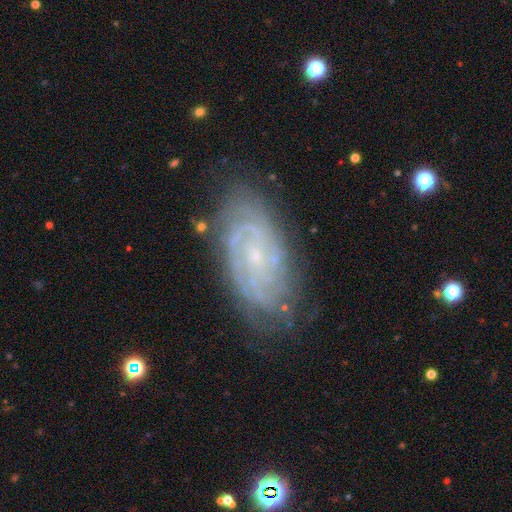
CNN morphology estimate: Q: Smooth or featured?
A: featured or disk (85%); runner-up: smooth (9%)
Q: Edge-on disk?
A: no (95%); runner-up: yes (5%)
Q: Bar?
A: no (61%); runner-up: weak (32%)
Q: Spiral arms?
A: yes (96%); runner-up: no (4%)
Q: Spiral winding?
A: tight (74%); runner-up: medium (22%)
Q: Spiral arm count?
A: can't tell (32%); runner-up: 2 (28%)
Q: Bulge size?
A: small (82%); runner-up: moderate (12%)
Q: Merging?
A: none (76%); runner-up: minor disturbance (18%)